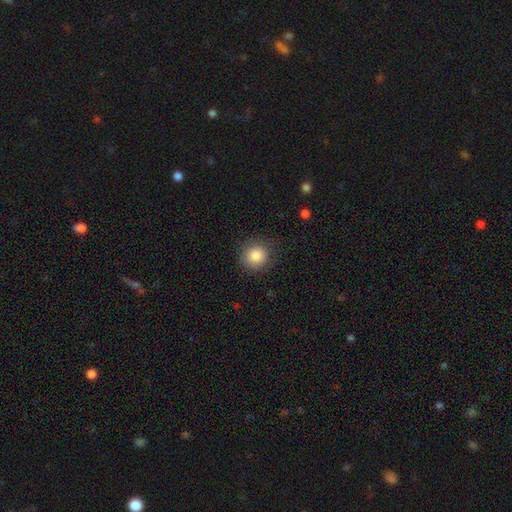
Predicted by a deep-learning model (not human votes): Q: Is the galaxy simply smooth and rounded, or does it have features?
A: smooth — 84%.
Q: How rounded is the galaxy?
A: round — 91%.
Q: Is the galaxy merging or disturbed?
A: none — 85%.